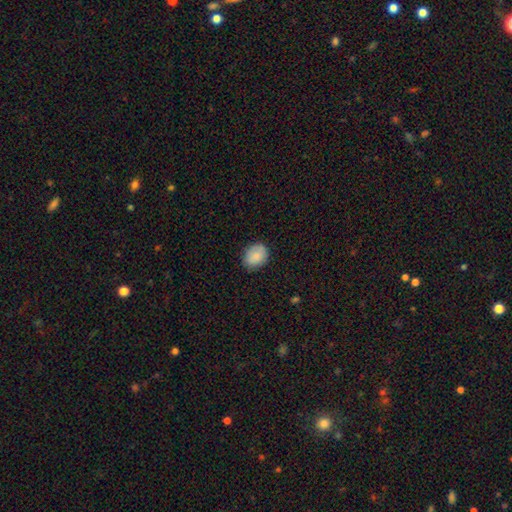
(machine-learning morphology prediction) smooth 86%, star or artifact 7%, featured or disk 7%. Down the decision tree: how rounded — in between (59%); merging — none (81%).